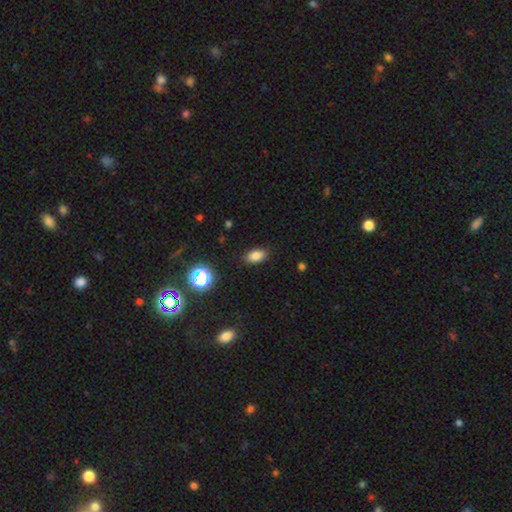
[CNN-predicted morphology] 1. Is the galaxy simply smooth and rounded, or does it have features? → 81% smooth, 13% star or artifact, 6% featured or disk.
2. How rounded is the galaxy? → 89% in between, 8% round, 3% cigar-shaped.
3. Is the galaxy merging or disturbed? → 88% none, 9% minor disturbance, 3% major disturbance, 1% merger.